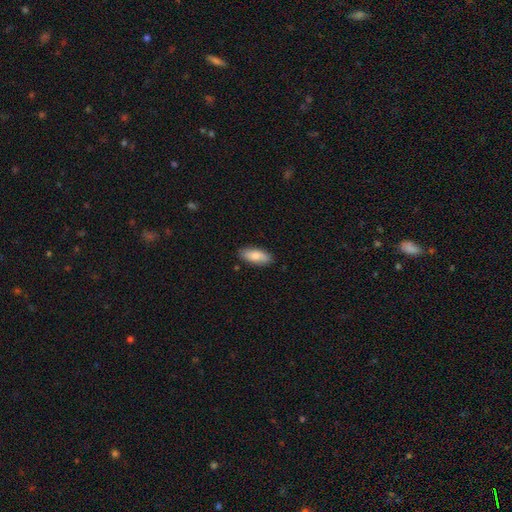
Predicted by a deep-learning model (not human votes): Smooth or featured?
  - smooth: 80% *
  - featured or disk: 14%
  - star or artifact: 6%
How rounded?
  - in between: 80% *
  - cigar-shaped: 18%
  - round: 2%
Merging?
  - none: 87% *
  - minor disturbance: 10%
  - major disturbance: 2%
  - merger: 1%